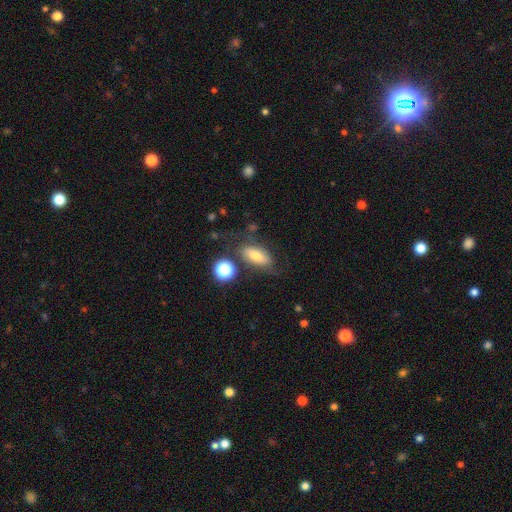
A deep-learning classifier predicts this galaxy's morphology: Smooth or featured: smooth — 60% (featured or disk — 28%)
How rounded: in between — 78% (cigar-shaped — 15%)
Merging: none — 60% (minor disturbance — 22%)